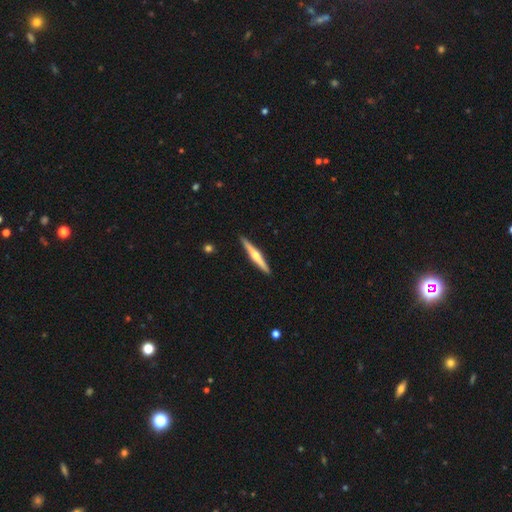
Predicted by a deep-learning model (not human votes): featured or disk 68%, smooth 27%, star or artifact 5%. Down the decision tree: edge-on disk — yes (98%); edge-on bulge — rounded (89%); merging — none (92%).